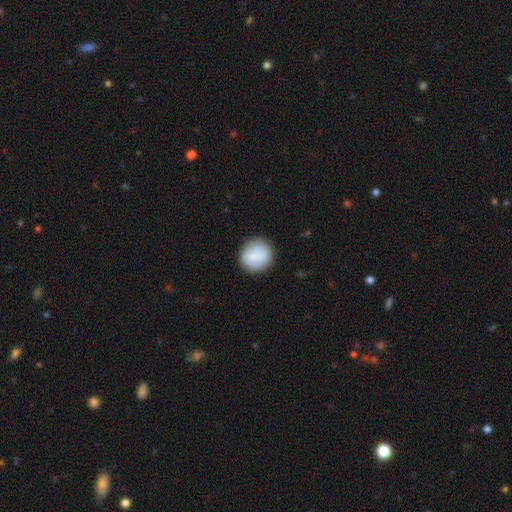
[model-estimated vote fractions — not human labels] Overall: smooth (75%). How rounded: round (89%). Merging: none (82%).